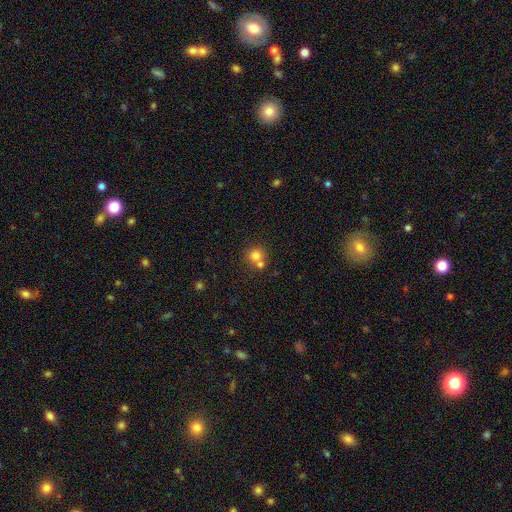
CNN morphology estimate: A smooth galaxy with no disk features (77%) that is round (86%).

Vote fractions:
- Smooth or featured? smooth: 77% / star or artifact: 12% / featured or disk: 10%
- How rounded? round: 86% / in between: 13% / cigar-shaped: 1%
- Merging? none: 48% / merger: 42% / minor disturbance: 7% / major disturbance: 3%